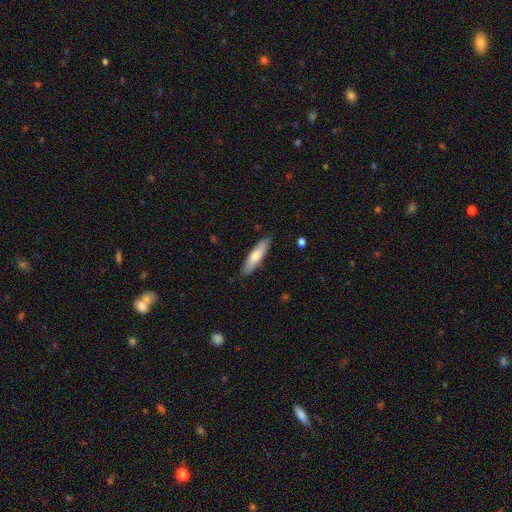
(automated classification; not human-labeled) smooth_or_featured: smooth (p=0.68) [alt: featured or disk p=0.26]
how_rounded: cigar-shaped (p=0.70) [alt: in between p=0.29]
merging: none (p=0.87) [alt: minor disturbance p=0.10]